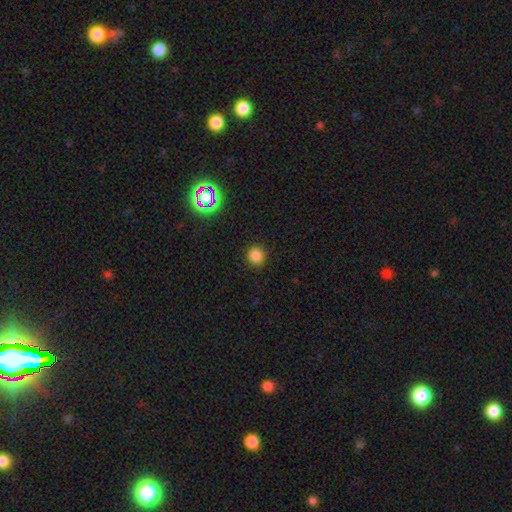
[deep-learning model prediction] The model was most divided on "smooth or featured": smooth: 82%, star or artifact: 15%, featured or disk: 4%. More confident: how rounded — round (92%); merging — none (91%).